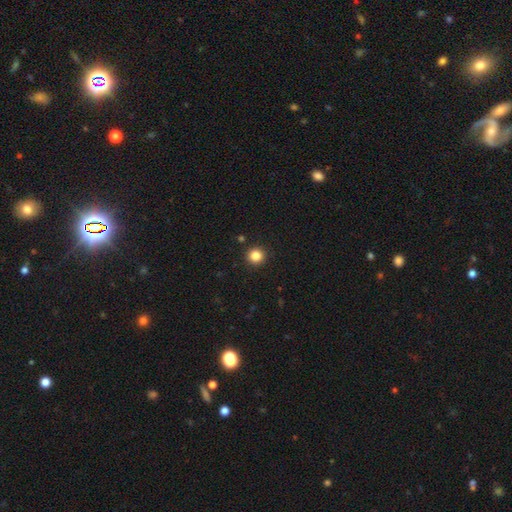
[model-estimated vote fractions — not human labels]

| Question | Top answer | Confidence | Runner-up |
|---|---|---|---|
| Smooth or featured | smooth | 84% | star or artifact (12%) |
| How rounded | round | 95% | in between (4%) |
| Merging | none | 92% | minor disturbance (5%) |